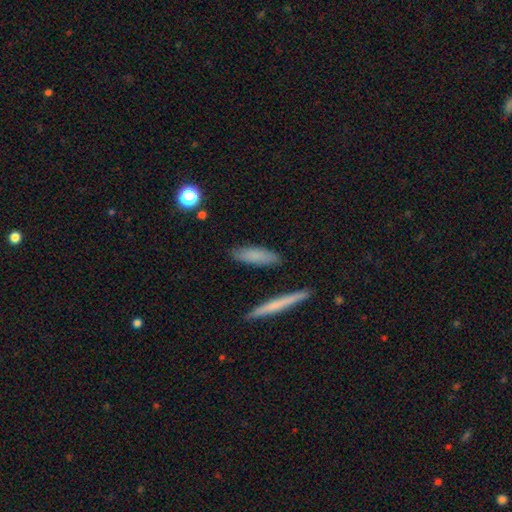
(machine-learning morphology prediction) type=smooth (78%); roundness=cigar-shaped (58%); merging=none (84%).